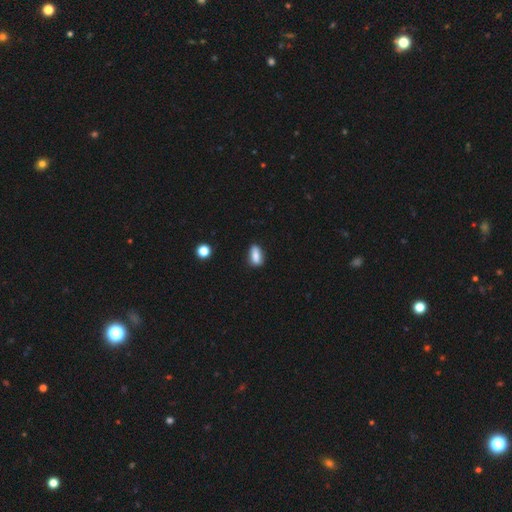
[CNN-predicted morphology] A smooth galaxy with no disk features (82%) that is in between round and cigar-shaped (81%).

Vote fractions:
- Smooth or featured? smooth: 82% / featured or disk: 10% / star or artifact: 8%
- How rounded? in between: 81% / cigar-shaped: 13% / round: 6%
- Merging? none: 74% / minor disturbance: 19% / major disturbance: 4% / merger: 3%